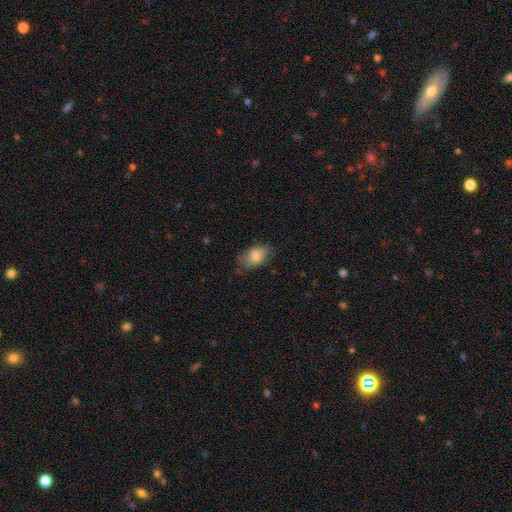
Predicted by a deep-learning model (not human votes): Overall: smooth (80%). How rounded: in between (90%). Merging: none (65%; minor disturbance 26%).